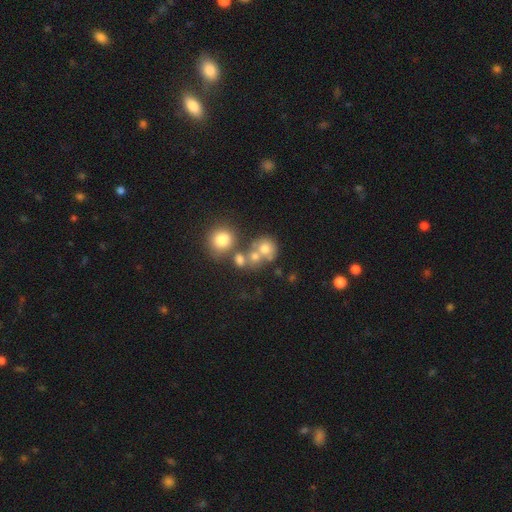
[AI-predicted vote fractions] Q: Smooth or featured?
A: smooth (61%); runner-up: star or artifact (20%)
Q: How rounded?
A: round (79%); runner-up: in between (20%)
Q: Merging?
A: none (43%); runner-up: merger (41%)